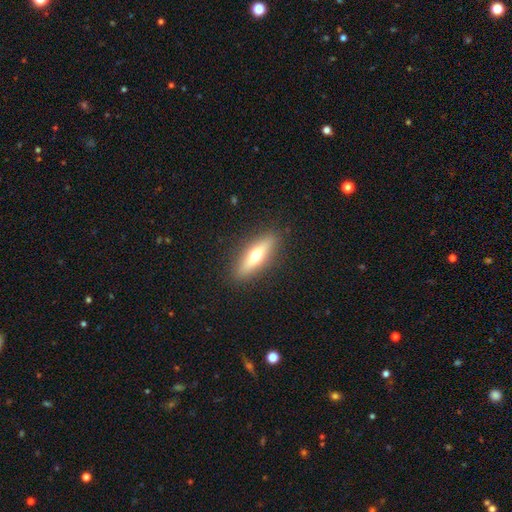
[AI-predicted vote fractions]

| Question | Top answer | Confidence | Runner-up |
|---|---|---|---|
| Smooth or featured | smooth | 48% | featured or disk (46%) |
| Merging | none | 90% | minor disturbance (7%) |